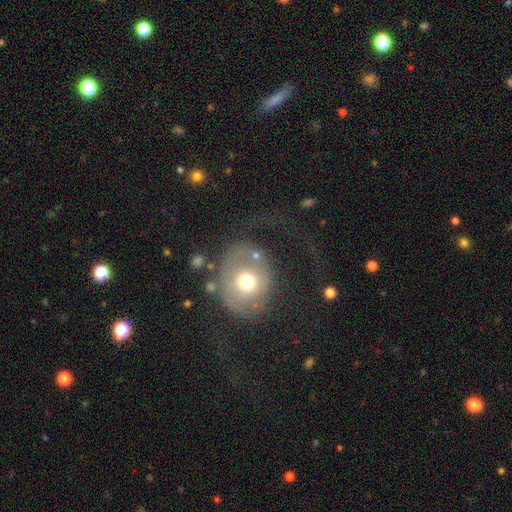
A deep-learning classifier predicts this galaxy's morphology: A smooth galaxy with no disk features (51%) that is round (75%). Merging: none (42%).